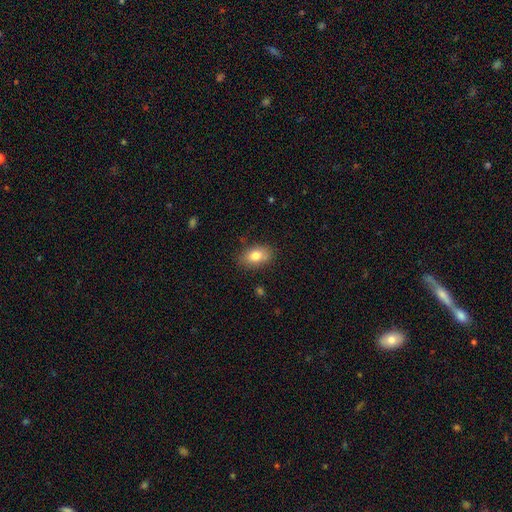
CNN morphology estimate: smooth_or_featured: smooth (p=0.80) [alt: featured or disk p=0.12]
how_rounded: in between (p=0.85) [alt: round p=0.13]
merging: none (p=0.82) [alt: minor disturbance p=0.13]